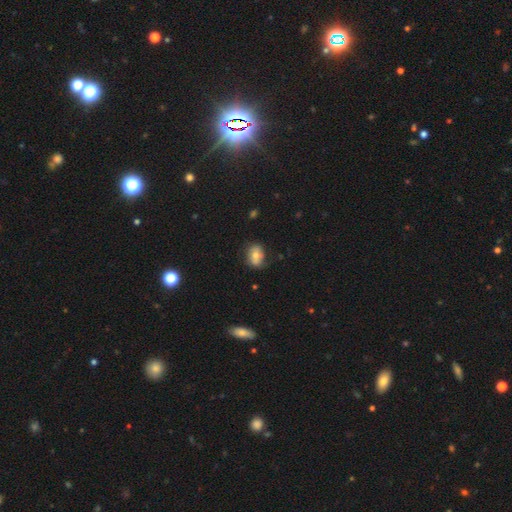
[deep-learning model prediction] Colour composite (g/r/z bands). It shows a smooth galaxy with no disk features (66%) that is in between round and cigar-shaped (65%). Merging: none (66%).